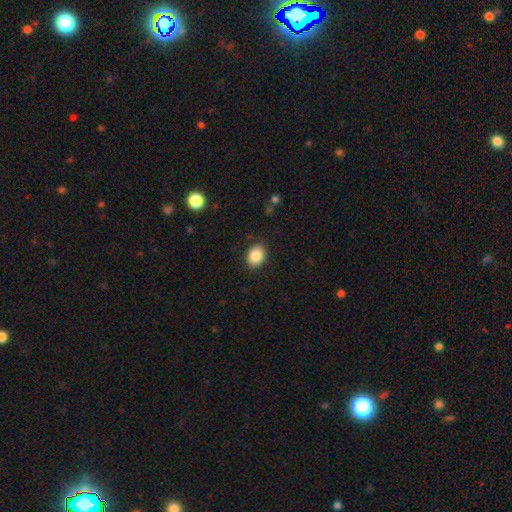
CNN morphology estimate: Smooth or featured?
  - smooth: 86% *
  - star or artifact: 8%
  - featured or disk: 6%
How rounded?
  - in between: 63% *
  - round: 36%
  - cigar-shaped: 1%
Merging?
  - none: 86% *
  - minor disturbance: 10%
  - major disturbance: 2%
  - merger: 1%